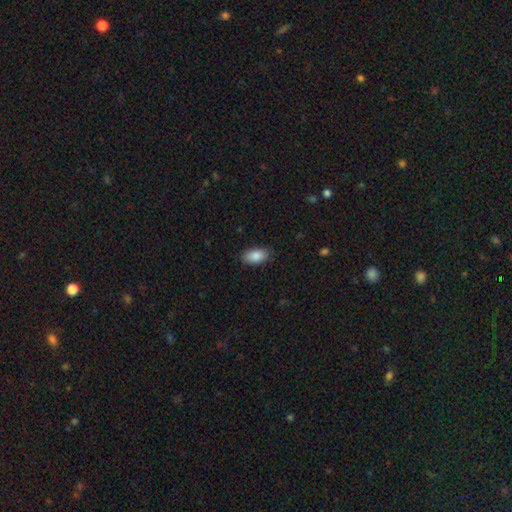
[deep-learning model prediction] A smooth galaxy with no disk features (87%) that is in between round and cigar-shaped (93%). Merging: none (86%).